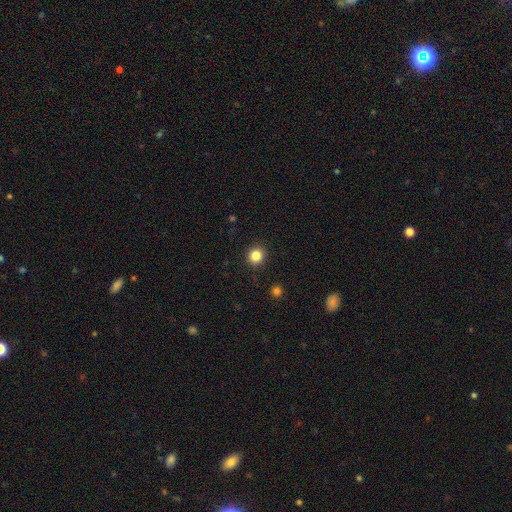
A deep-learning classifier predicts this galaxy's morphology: A smooth galaxy with no disk features (83%) that is round (90%).

Vote fractions:
- Smooth or featured? smooth: 83% / star or artifact: 12% / featured or disk: 5%
- How rounded? round: 90% / in between: 9% / cigar-shaped: 1%
- Merging? none: 92% / minor disturbance: 5% / major disturbance: 2% / merger: 1%